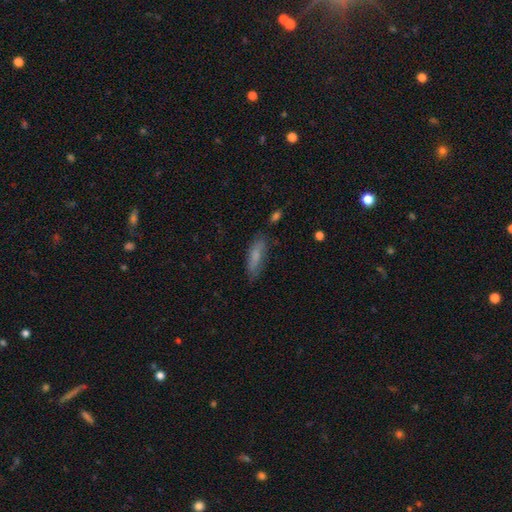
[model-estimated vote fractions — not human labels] Q: Smooth or featured?
A: smooth (74%); runner-up: featured or disk (19%)
Q: How rounded?
A: cigar-shaped (56%); runner-up: in between (43%)
Q: Merging?
A: none (73%); runner-up: minor disturbance (19%)